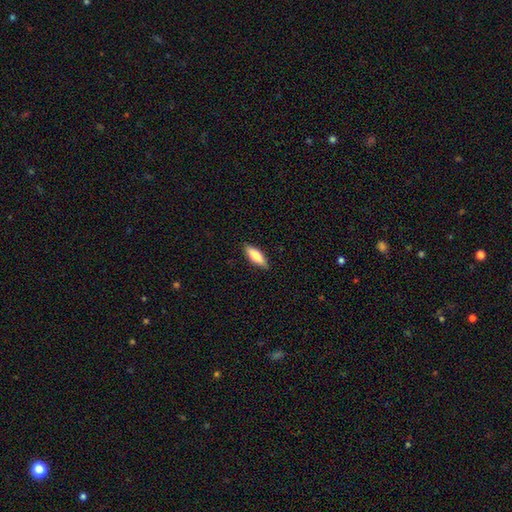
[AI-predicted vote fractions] Smooth or featured?
  - smooth: 77% *
  - featured or disk: 17%
  - star or artifact: 6%
How rounded?
  - in between: 59% *
  - cigar-shaped: 39%
  - round: 2%
Merging?
  - none: 88% *
  - minor disturbance: 10%
  - major disturbance: 2%
  - merger: 1%